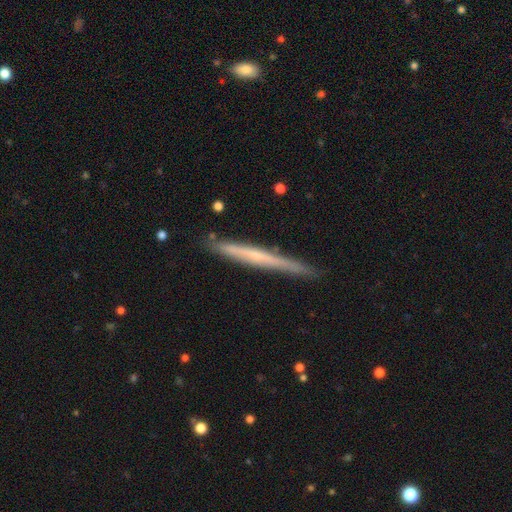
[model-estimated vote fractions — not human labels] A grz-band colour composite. It shows a featured or disk galaxy (56%) viewed edge-on (96%) with no central bulge (72%). Merging: none (85%).